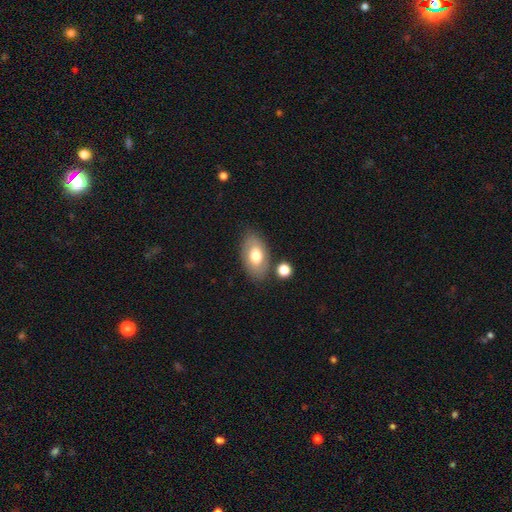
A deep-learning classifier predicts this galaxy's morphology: smooth 68%, featured or disk 25%, star or artifact 7%. Down the decision tree: how rounded — in between (92%); merging — none (76%).